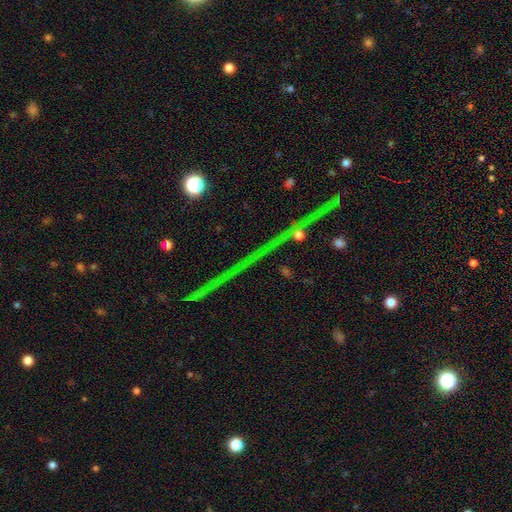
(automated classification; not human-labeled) smooth_or_featured: star or artifact (p=0.68) [alt: featured or disk p=0.20]